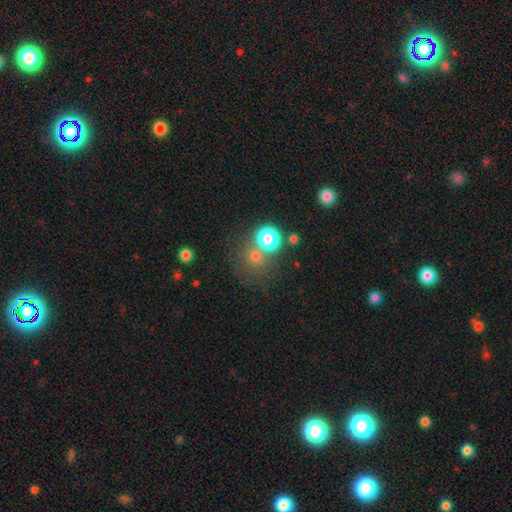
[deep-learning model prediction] smooth_or_featured: smooth (p=0.71) [alt: star or artifact p=0.19]
how_rounded: round (p=0.85) [alt: in between p=0.14]
merging: none (p=0.51) [alt: merger p=0.34]